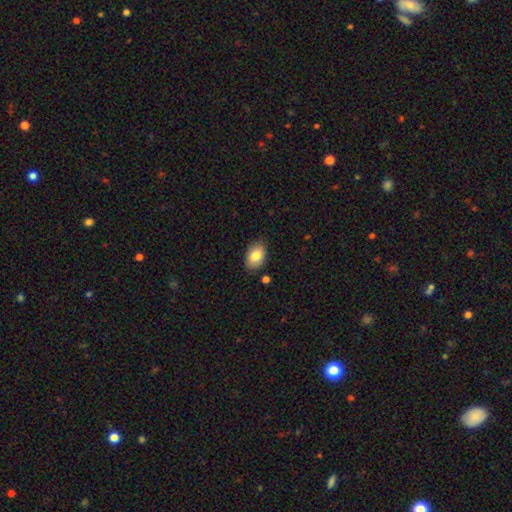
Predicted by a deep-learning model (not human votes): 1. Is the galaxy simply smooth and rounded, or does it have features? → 84% smooth, 9% featured or disk, 7% star or artifact.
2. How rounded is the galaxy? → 87% in between, 11% round, 1% cigar-shaped.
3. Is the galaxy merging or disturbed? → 83% none, 12% minor disturbance, 2% major disturbance, 2% merger.